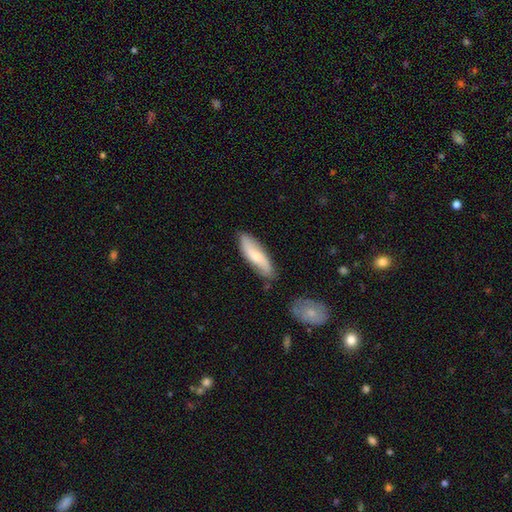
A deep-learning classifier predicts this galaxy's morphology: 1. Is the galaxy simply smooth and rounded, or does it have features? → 58% smooth, 36% featured or disk, 6% star or artifact.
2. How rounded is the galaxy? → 54% cigar-shaped, 44% in between, 2% round.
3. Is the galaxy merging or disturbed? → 78% none, 16% minor disturbance, 3% merger, 3% major disturbance.